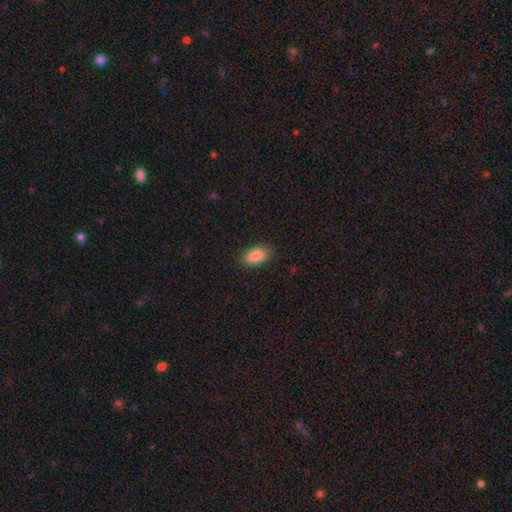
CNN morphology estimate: Smooth or featured? smooth (88%)
How rounded? in between (92%)
Merging? none (86%)